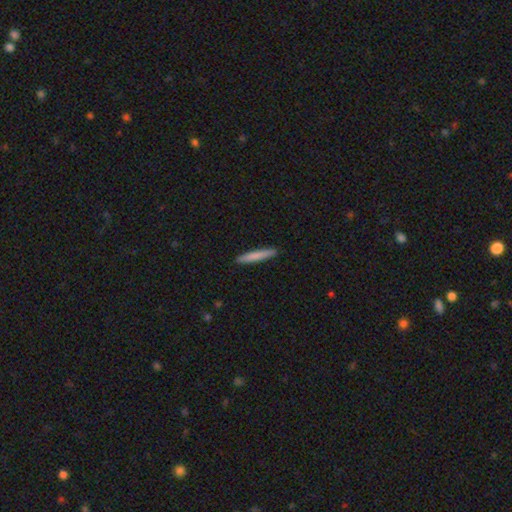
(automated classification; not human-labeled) Overall: smooth (80%). How rounded: cigar-shaped (95%). Merging: none (91%).